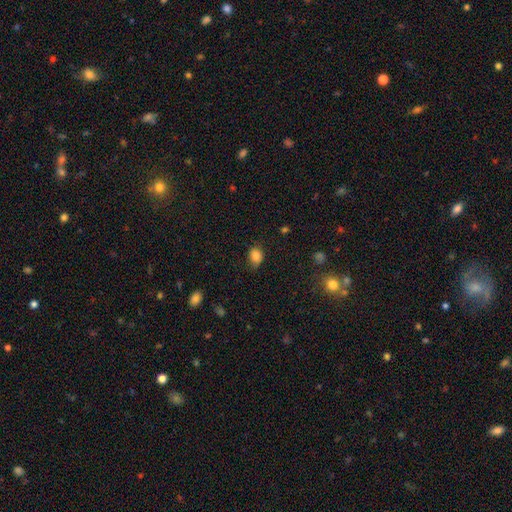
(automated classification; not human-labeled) Smooth or featured?
  - smooth: 84% *
  - star or artifact: 10%
  - featured or disk: 6%
How rounded?
  - in between: 55% *
  - round: 44%
  - cigar-shaped: 1%
Merging?
  - none: 68% *
  - minor disturbance: 25%
  - major disturbance: 6%
  - merger: 1%